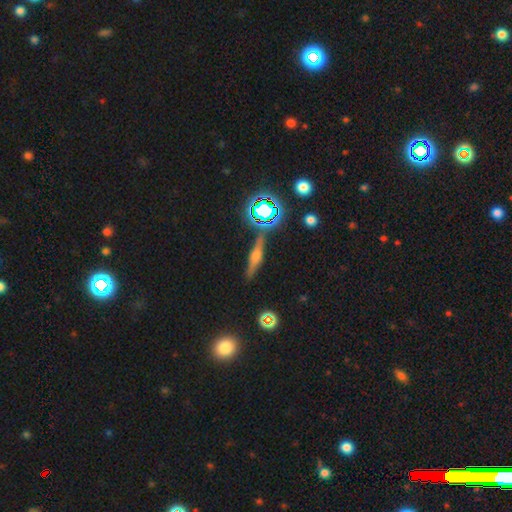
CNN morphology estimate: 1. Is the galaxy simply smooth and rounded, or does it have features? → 53% featured or disk, 27% smooth, 20% star or artifact.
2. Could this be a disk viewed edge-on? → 93% yes, 7% no.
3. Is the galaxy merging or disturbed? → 84% none, 10% minor disturbance, 3% merger, 3% major disturbance.